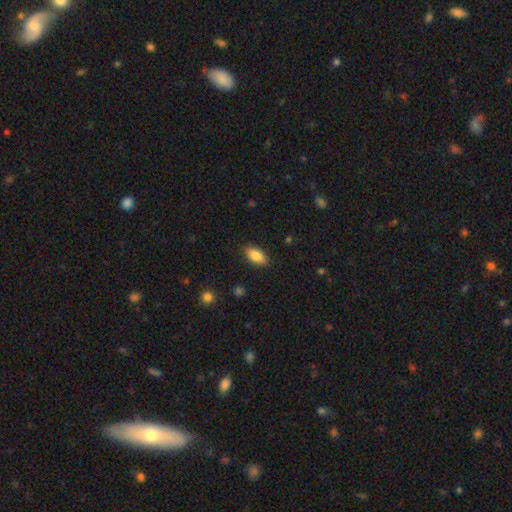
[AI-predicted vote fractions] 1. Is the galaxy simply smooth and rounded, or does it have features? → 84% smooth, 9% featured or disk, 7% star or artifact.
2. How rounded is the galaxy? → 90% in between, 7% cigar-shaped, 3% round.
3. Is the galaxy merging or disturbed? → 87% none, 10% minor disturbance, 2% major disturbance, 1% merger.